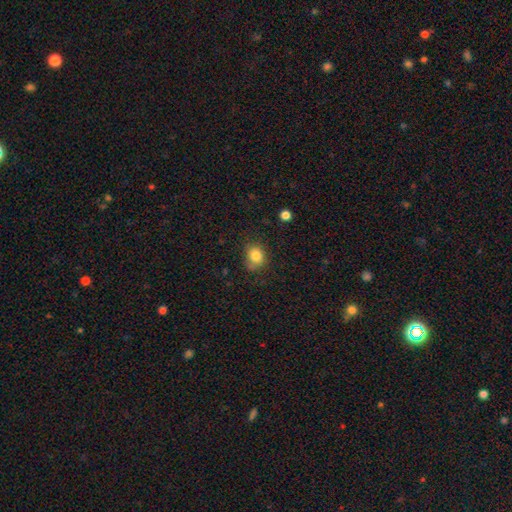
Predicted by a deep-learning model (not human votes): A smooth galaxy with no disk features (83%) that is round (61%). Merging: none (67%).